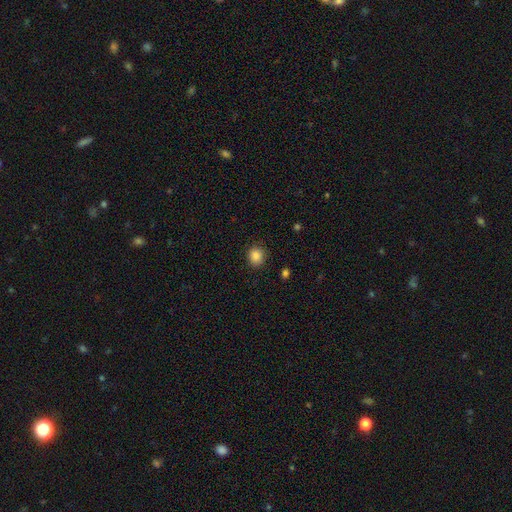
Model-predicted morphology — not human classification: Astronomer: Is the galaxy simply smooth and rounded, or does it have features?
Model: smooth — 86%.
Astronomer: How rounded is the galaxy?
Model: round — 78%.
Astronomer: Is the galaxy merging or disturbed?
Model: none — 88%.